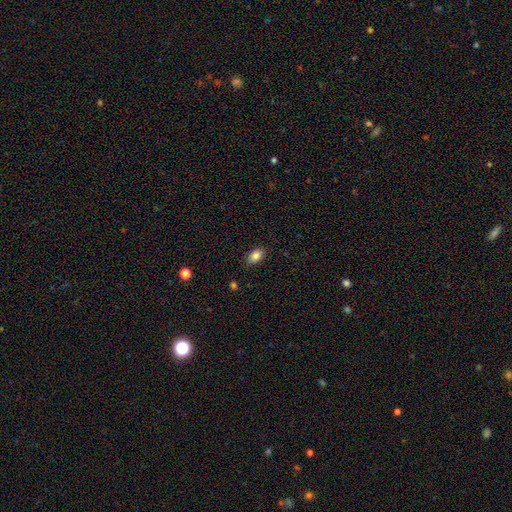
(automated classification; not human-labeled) This is clearly a smooth galaxy (85%). How rounded: clearly in between (90%). Merging: clearly none (86%).